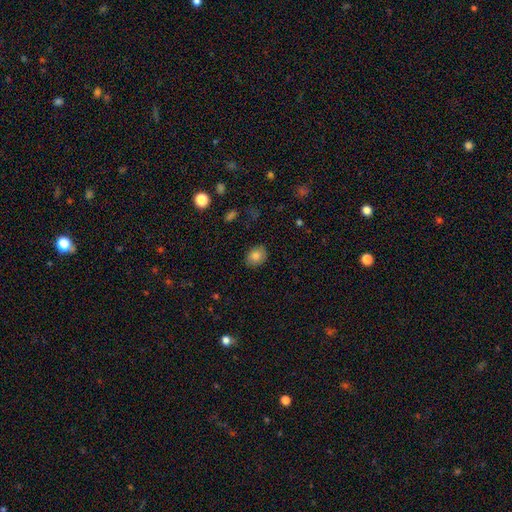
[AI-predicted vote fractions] Smooth or featured? Predicted: smooth (p=0.80). How rounded? Predicted: in between (p=0.56). Merging? Predicted: none (p=0.86).